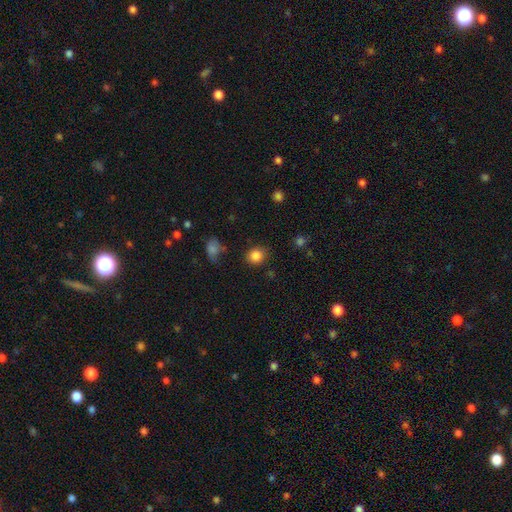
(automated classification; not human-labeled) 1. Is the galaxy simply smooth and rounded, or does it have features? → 85% smooth, 11% star or artifact, 5% featured or disk.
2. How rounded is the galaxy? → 74% round, 25% in between, 1% cigar-shaped.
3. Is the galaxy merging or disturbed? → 82% none, 12% minor disturbance, 4% major disturbance, 2% merger.